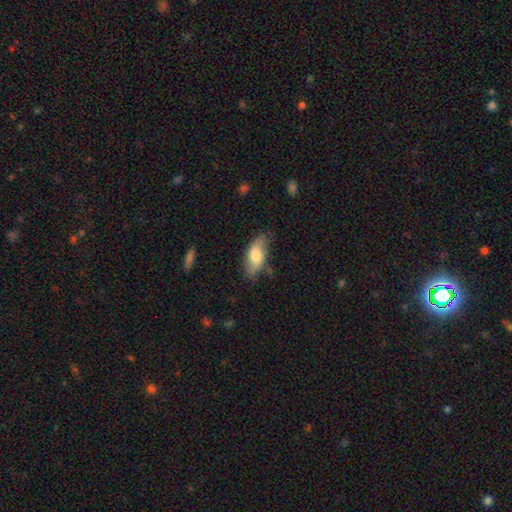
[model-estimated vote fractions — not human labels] Smooth or featured: smooth — 60% (featured or disk — 34%)
How rounded: in between — 84% (cigar-shaped — 12%)
Merging: none — 64% (minor disturbance — 27%)